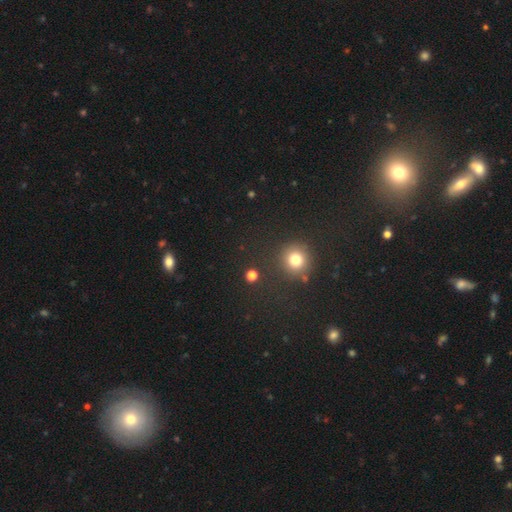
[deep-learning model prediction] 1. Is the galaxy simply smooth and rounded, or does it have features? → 49% star or artifact, 40% smooth, 11% featured or disk.